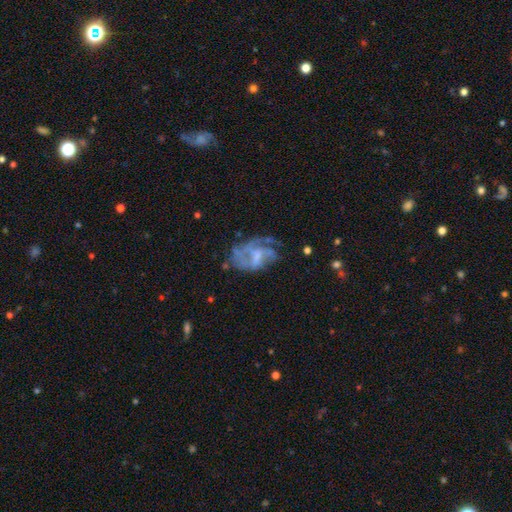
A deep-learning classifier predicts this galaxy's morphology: Smooth or featured?
  - featured or disk: 70% *
  - smooth: 21%
  - star or artifact: 9%
Edge-on disk?
  - no: 97% *
  - yes: 3%
Bar?
  - no: 53% *
  - weak: 38%
  - strong: 9%
Spiral arms?
  - yes: 61% *
  - no: 39%
Bulge size?
  - none: 36% *
  - small: 30%
  - moderate: 29%
  - large: 5%
  - dominant: 1%
Merging?
  - none: 41% *
  - major disturbance: 32%
  - minor disturbance: 23%
  - merger: 4%